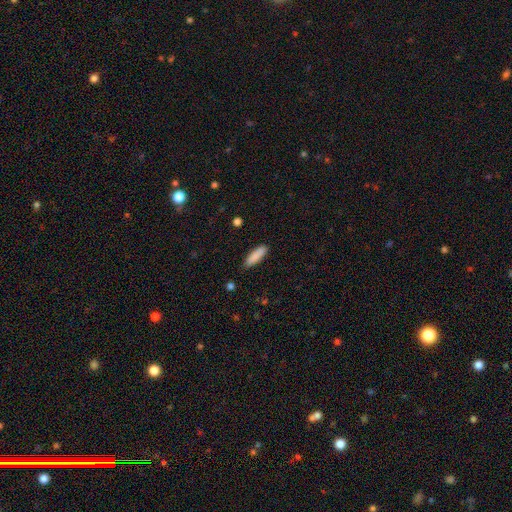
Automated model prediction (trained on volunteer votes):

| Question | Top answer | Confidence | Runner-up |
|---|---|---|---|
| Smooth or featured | smooth | 88% | star or artifact (6%) |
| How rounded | cigar-shaped | 58% | in between (40%) |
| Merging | none | 86% | minor disturbance (10%) |